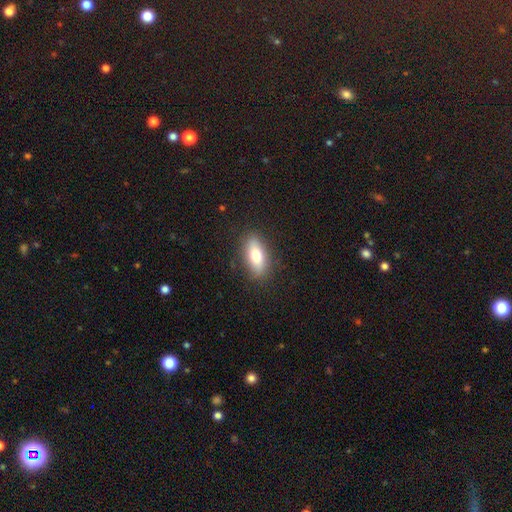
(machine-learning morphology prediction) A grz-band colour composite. It shows a smooth galaxy with no disk features (74%) that is in between round and cigar-shaped (79%). Merging: none (85%).